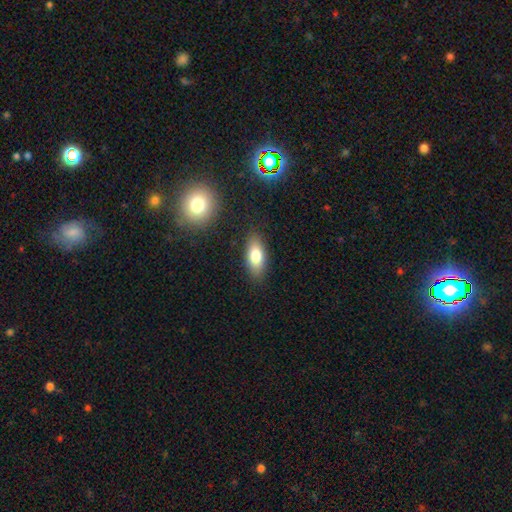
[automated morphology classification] A smooth galaxy with no disk features (76%) that is in between round and cigar-shaped (83%).

Vote fractions:
- Smooth or featured? smooth: 76% / featured or disk: 16% / star or artifact: 8%
- How rounded? in between: 83% / cigar-shaped: 13% / round: 4%
- Merging? none: 86% / minor disturbance: 10% / major disturbance: 3% / merger: 2%